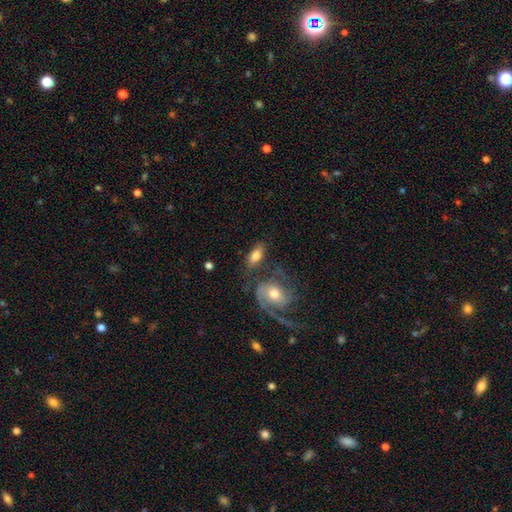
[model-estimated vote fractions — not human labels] Overall: smooth (70%). How rounded: in between (87%). Merging: none (61%).